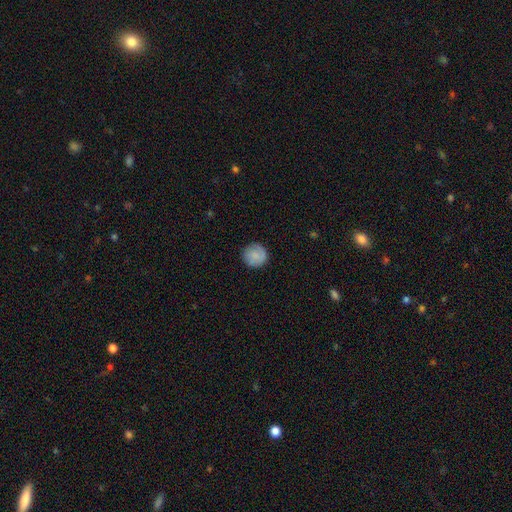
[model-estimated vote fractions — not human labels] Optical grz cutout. It shows a smooth galaxy with no disk features (75%) that is round (93%). Merging: none (85%).